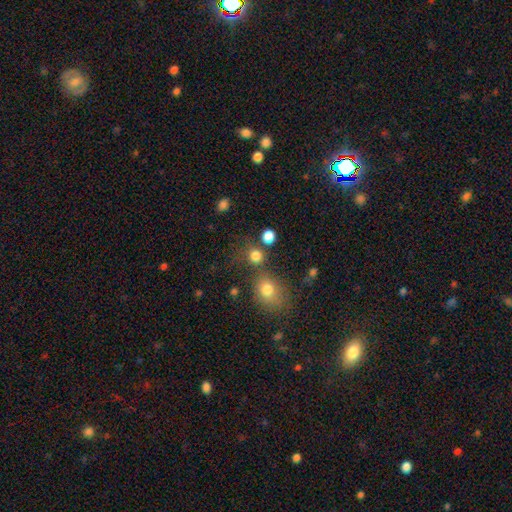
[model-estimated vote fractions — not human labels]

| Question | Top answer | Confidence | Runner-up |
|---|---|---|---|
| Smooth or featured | smooth | 80% | star or artifact (14%) |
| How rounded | round | 86% | in between (13%) |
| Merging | none | 62% | merger (22%) |